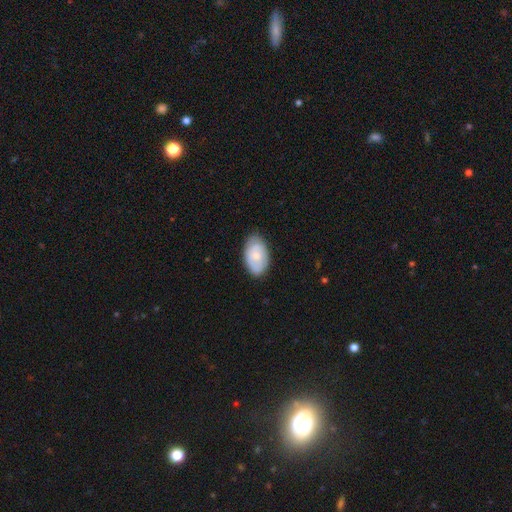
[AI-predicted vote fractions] Q: Smooth or featured?
A: smooth (59%); runner-up: featured or disk (36%)
Q: How rounded?
A: in between (93%); runner-up: round (6%)
Q: Merging?
A: none (76%); runner-up: minor disturbance (19%)